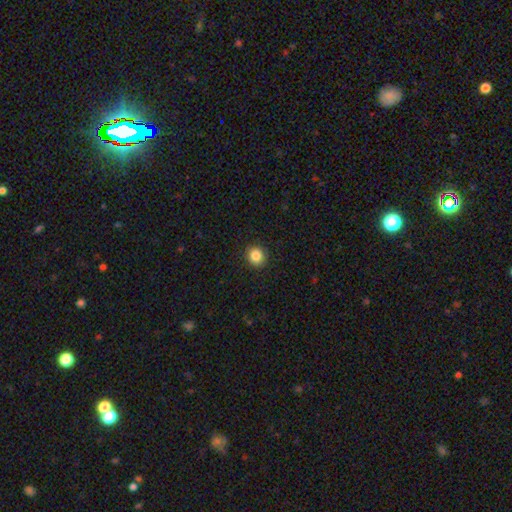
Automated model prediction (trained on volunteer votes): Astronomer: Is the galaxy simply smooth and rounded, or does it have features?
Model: smooth — 85%.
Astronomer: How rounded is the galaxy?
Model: round — 87%.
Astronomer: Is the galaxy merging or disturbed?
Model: none — 91%.